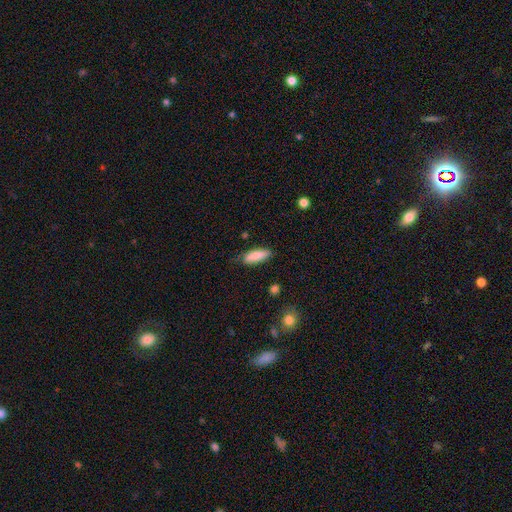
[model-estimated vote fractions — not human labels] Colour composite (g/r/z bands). It shows a smooth galaxy with no disk features (86%) that is in between round and cigar-shaped (55%). Merging: none (76%).